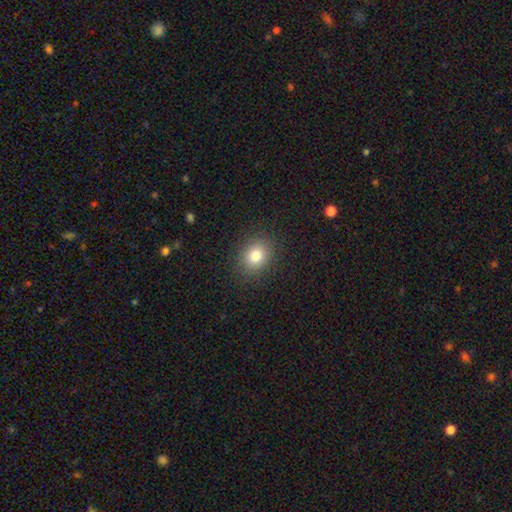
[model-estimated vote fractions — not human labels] smooth 81%, star or artifact 12%, featured or disk 7%. Down the decision tree: how rounded — round (59%); merging — none (88%).